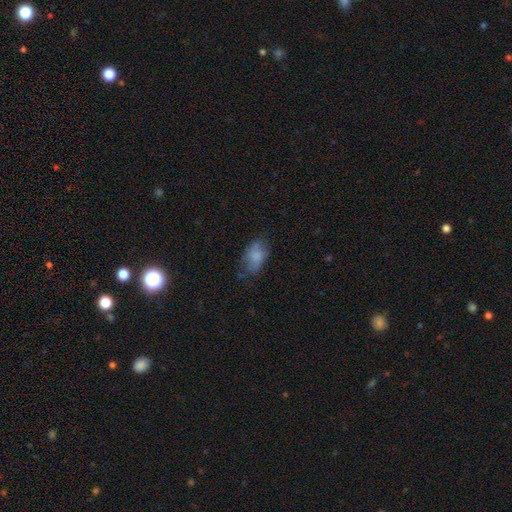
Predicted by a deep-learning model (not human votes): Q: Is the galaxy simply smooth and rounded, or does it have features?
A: smooth — 75%.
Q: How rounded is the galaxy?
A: in between — 90%.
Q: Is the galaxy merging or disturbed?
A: none — 61%.